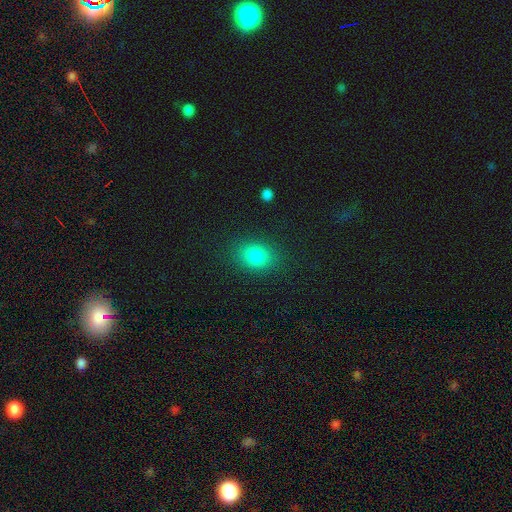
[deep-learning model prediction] Overall: smooth (82%). How rounded: in between (61%; round 38%). Merging: none (84%).